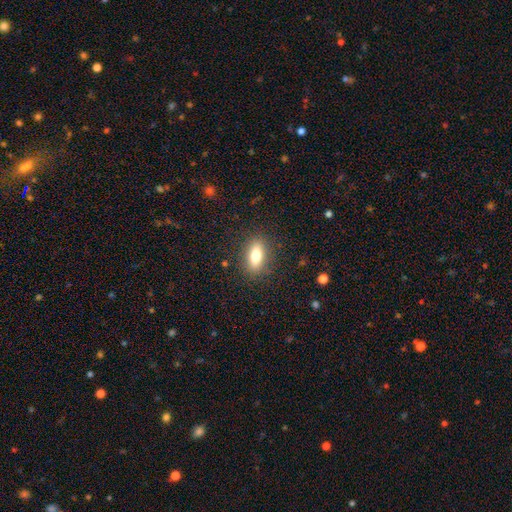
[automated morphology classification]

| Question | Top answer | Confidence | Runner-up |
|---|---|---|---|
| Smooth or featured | smooth | 74% | featured or disk (17%) |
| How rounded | in between | 79% | cigar-shaped (15%) |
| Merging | none | 87% | minor disturbance (9%) |